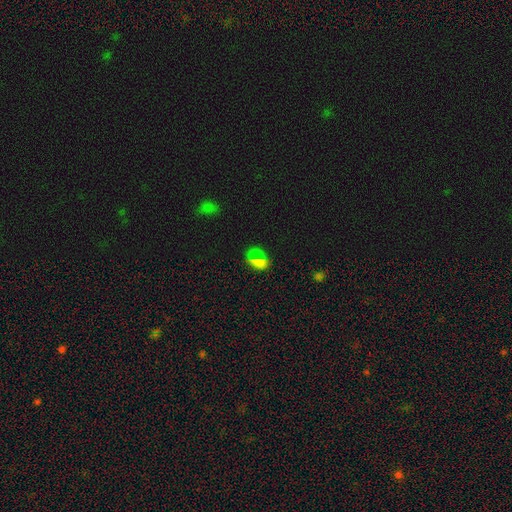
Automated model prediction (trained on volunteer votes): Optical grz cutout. It shows a smooth galaxy with no disk features (64%) that is in between round and cigar-shaped (78%). Merging: none (81%).